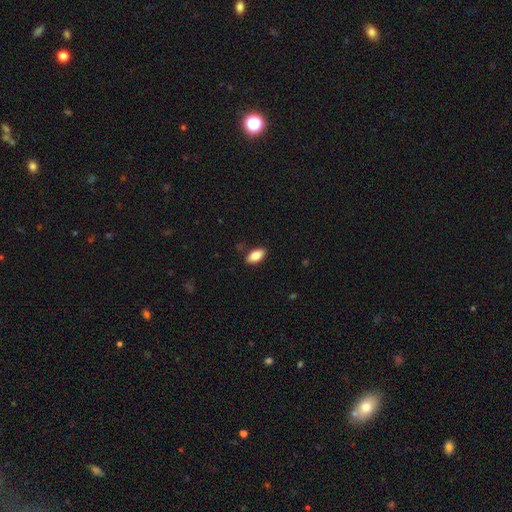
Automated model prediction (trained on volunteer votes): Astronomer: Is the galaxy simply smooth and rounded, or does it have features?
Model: smooth — 84%.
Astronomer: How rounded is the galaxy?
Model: in between — 92%.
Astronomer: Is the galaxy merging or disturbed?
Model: none — 86%.